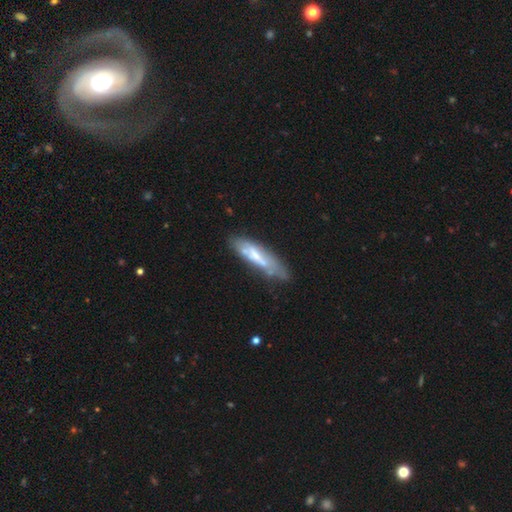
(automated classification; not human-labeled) This is possibly a featured or disk galaxy (50%). Merging: possibly none (55%).